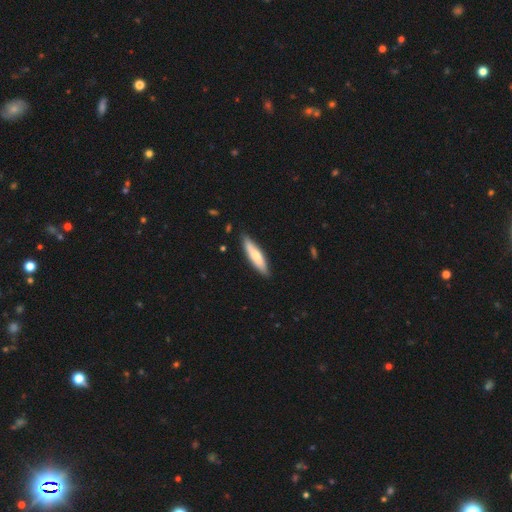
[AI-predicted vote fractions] smooth 67%, featured or disk 28%, star or artifact 5%. Down the decision tree: how rounded — cigar-shaped (76%); merging — none (84%).